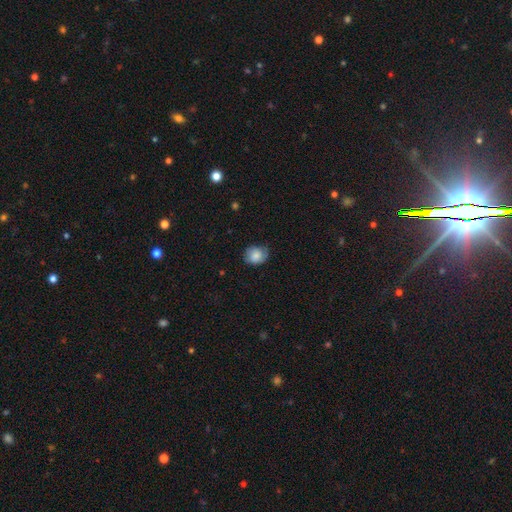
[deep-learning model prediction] Morphology: type=smooth (78%); roundness=round (64%); merging=none (66%).